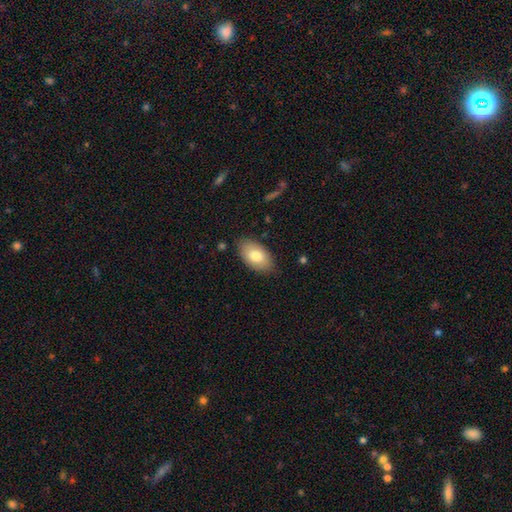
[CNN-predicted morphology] Smooth or featured: smooth — 78% (featured or disk — 16%)
How rounded: in between — 94% (round — 4%)
Merging: none — 83% (minor disturbance — 13%)